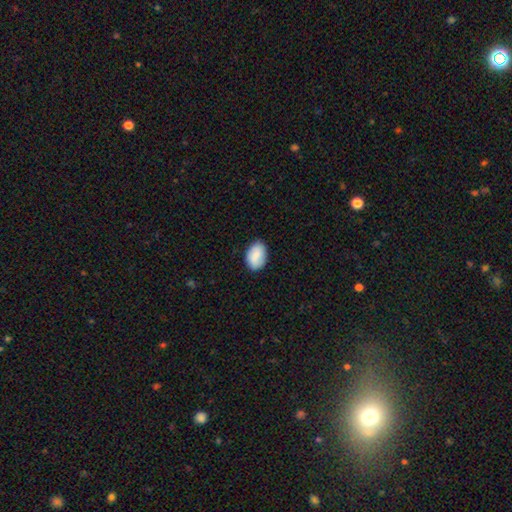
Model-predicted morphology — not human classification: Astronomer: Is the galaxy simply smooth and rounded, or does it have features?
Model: smooth — 83%.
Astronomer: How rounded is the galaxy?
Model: in between — 86%.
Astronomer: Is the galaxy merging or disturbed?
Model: none — 83%.